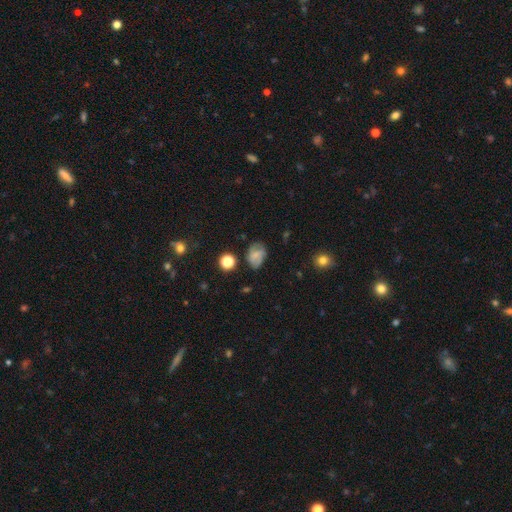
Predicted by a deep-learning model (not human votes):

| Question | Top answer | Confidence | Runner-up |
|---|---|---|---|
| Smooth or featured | smooth | 63% | featured or disk (25%) |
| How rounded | in between | 74% | round (25%) |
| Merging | none | 63% | minor disturbance (25%) |